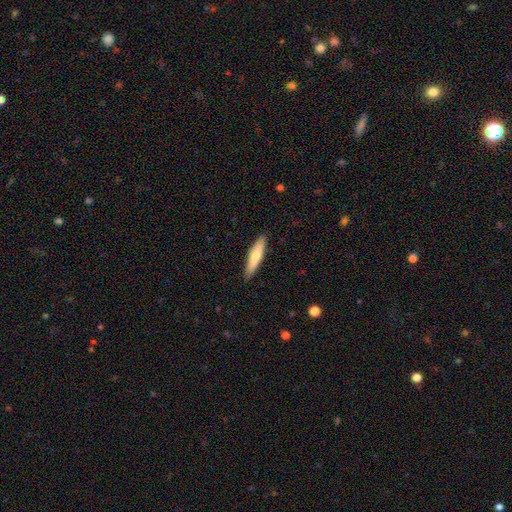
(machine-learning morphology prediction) Q: Smooth or featured?
A: smooth (71%); runner-up: featured or disk (24%)
Q: How rounded?
A: cigar-shaped (84%); runner-up: in between (15%)
Q: Merging?
A: none (89%); runner-up: minor disturbance (8%)